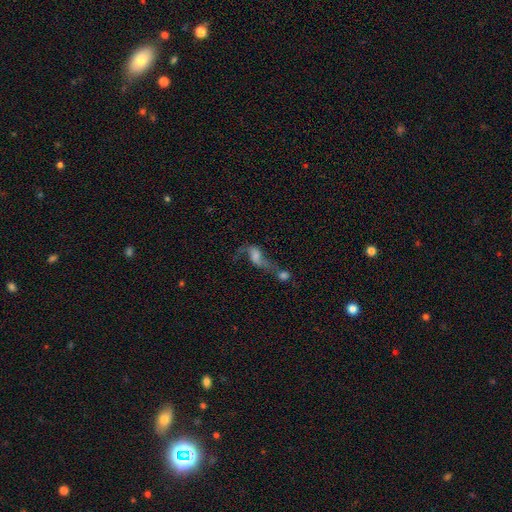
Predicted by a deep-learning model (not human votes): Morphology: type=featured or disk (55%); edge-on=no (92%); bar=no (58%); spiral arms=yes (68%); bulge=none (37%); merging=merger (59%).